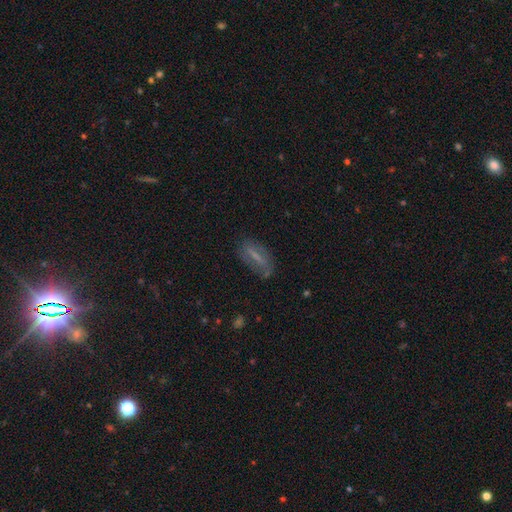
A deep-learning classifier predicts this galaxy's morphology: type=smooth (47%); merging=none (69%).